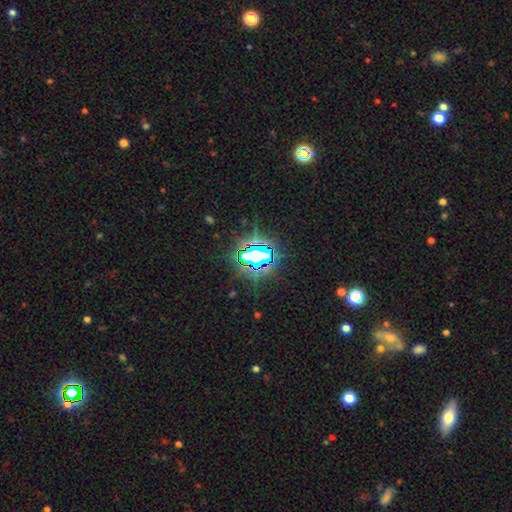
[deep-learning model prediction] A star or artifact, not a galaxy (77%).

Vote fractions:
- Smooth or featured? star or artifact: 77% / smooth: 13% / featured or disk: 11%